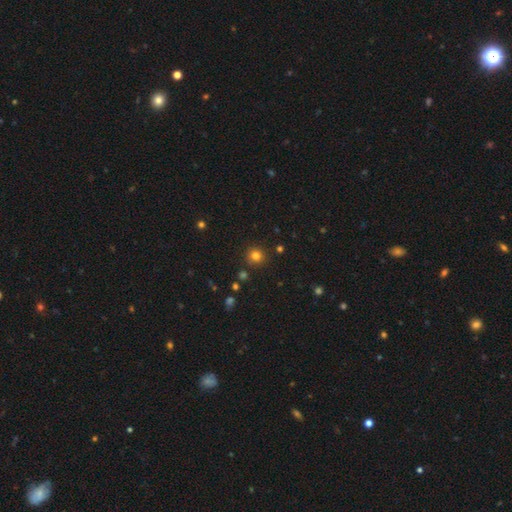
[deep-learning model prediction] Smooth or featured? Predicted: smooth (p=0.79). How rounded? Predicted: round (p=0.92). Merging? Predicted: none (p=0.88).